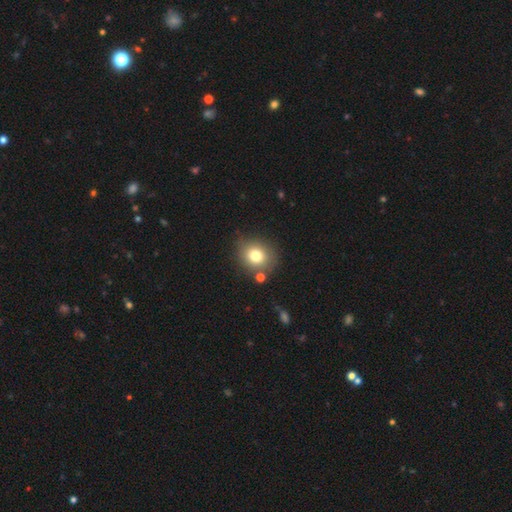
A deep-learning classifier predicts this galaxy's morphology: Smooth or featured: smooth — 78% (star or artifact — 11%)
How rounded: round — 74% (in between — 25%)
Merging: none — 76% (minor disturbance — 13%)